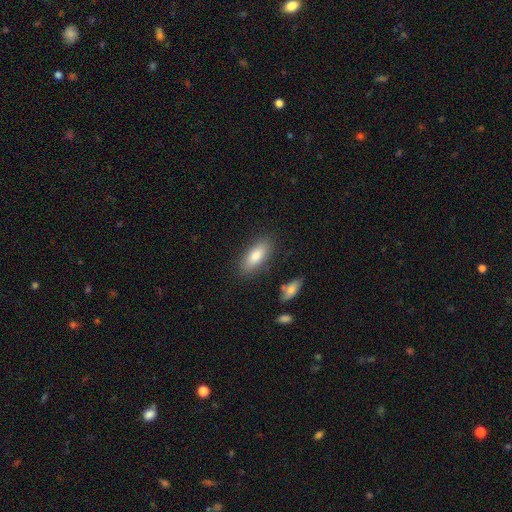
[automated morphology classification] A smooth galaxy with no disk features (82%) that is in between round and cigar-shaped (80%).

Vote fractions:
- Smooth or featured? smooth: 82% / featured or disk: 11% / star or artifact: 7%
- How rounded? in between: 80% / cigar-shaped: 18% / round: 2%
- Merging? none: 85% / minor disturbance: 10% / major disturbance: 3% / merger: 2%